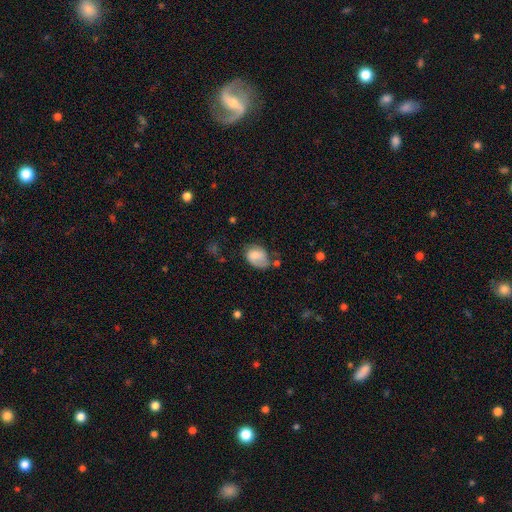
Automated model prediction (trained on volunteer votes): smooth 70%, featured or disk 22%, star or artifact 8%. Down the decision tree: how rounded — in between (72%); merging — none (41%).